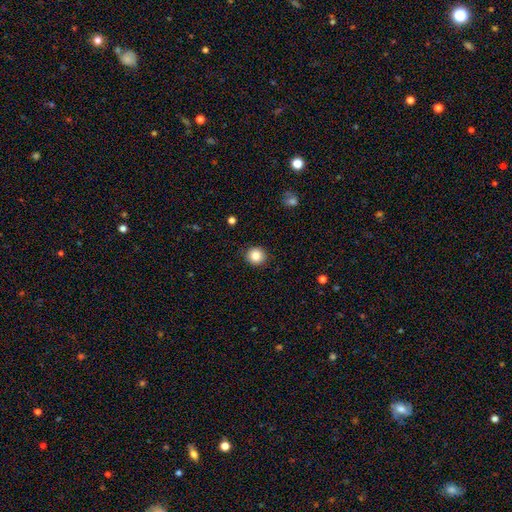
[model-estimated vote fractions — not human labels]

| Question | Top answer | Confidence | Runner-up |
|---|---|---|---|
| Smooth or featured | smooth | 86% | star or artifact (10%) |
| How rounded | round | 91% | in between (8%) |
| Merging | none | 90% | minor disturbance (7%) |